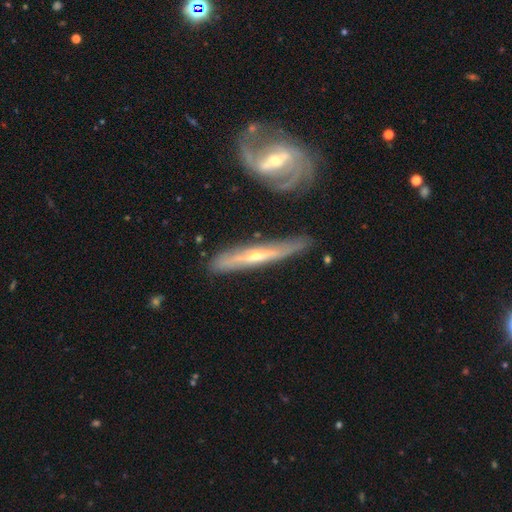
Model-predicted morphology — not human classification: smooth_or_featured: featured or disk (p=0.75) [alt: smooth p=0.19]
disk_edge_on: yes (p=0.81) [alt: no p=0.19]
edge_on_bulge: rounded (p=0.77) [alt: none p=0.20]
merging: none (p=0.77) [alt: minor disturbance p=0.14]